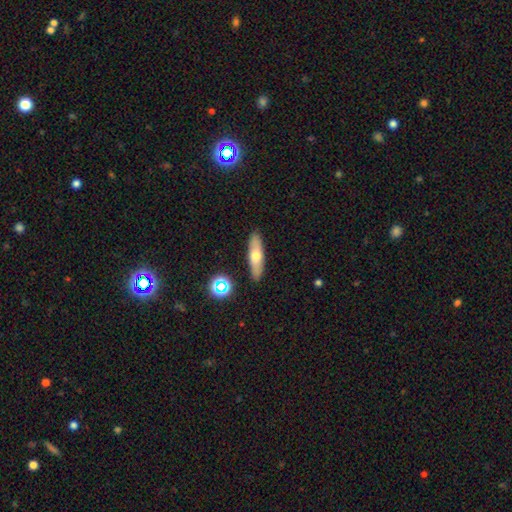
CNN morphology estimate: Smooth or featured? smooth (58%)
How rounded? cigar-shaped (59%)
Merging? none (89%)